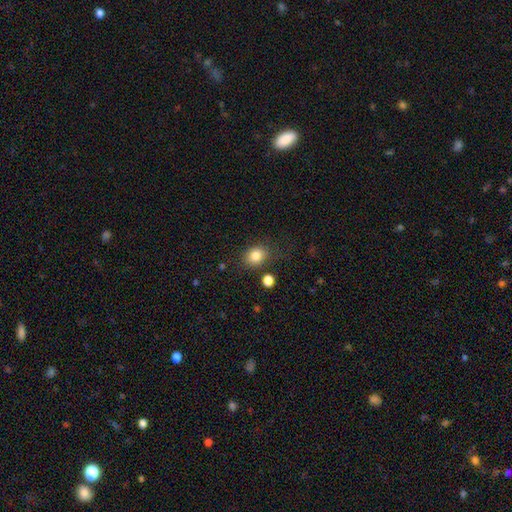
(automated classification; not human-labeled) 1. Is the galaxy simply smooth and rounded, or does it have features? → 84% smooth, 11% star or artifact, 6% featured or disk.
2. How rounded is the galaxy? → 55% round, 44% in between, 1% cigar-shaped.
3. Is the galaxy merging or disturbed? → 78% none, 13% minor disturbance, 5% merger, 4% major disturbance.